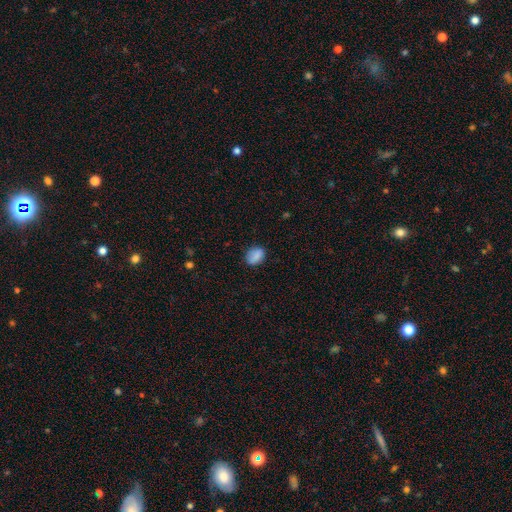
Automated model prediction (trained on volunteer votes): smooth-or-featured: smooth: 84% | star or artifact: 9% | featured or disk: 7%
  how-rounded: in between: 70% | round: 29% | cigar-shaped: 2%
  merging: none: 81% | minor disturbance: 14% | major disturbance: 3% | merger: 1%